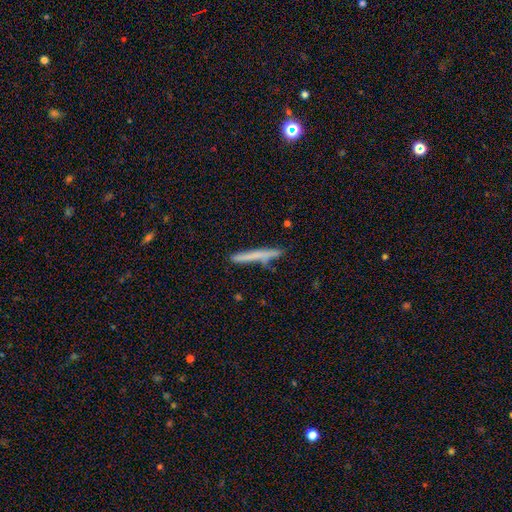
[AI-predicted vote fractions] smooth-or-featured: smooth: 62% | featured or disk: 31% | star or artifact: 6%
  how-rounded: cigar-shaped: 96% | in between: 2% | round: 1%
  merging: none: 80% | minor disturbance: 13% | merger: 4% | major disturbance: 3%